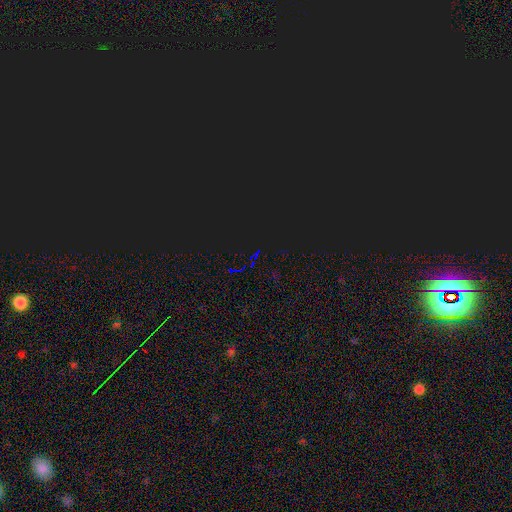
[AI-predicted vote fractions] This is clearly a star or artifact rather than a galaxy (83%).